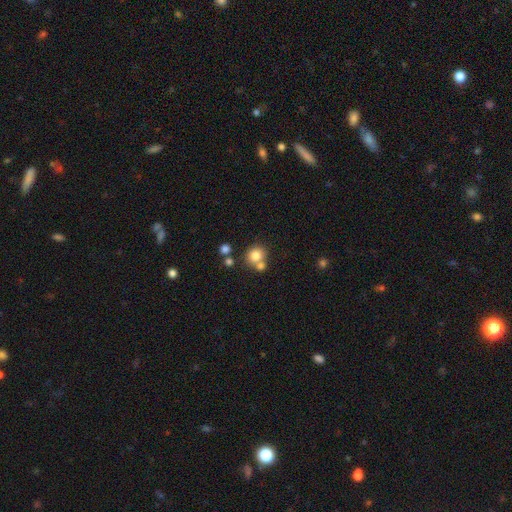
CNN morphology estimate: Smooth or featured?
  - smooth: 78% *
  - star or artifact: 12%
  - featured or disk: 10%
How rounded?
  - round: 84% *
  - in between: 15%
  - cigar-shaped: 1%
Merging?
  - none: 55% *
  - merger: 32%
  - minor disturbance: 9%
  - major disturbance: 4%